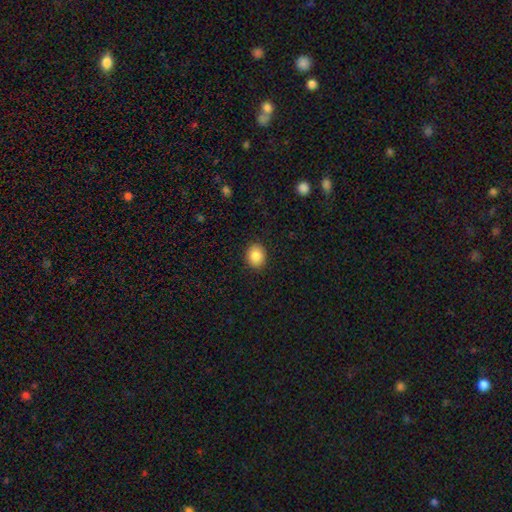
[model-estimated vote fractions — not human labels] This appears to be a smooth galaxy with no disk features (87%) that is round (53%). Merging: none (90%).